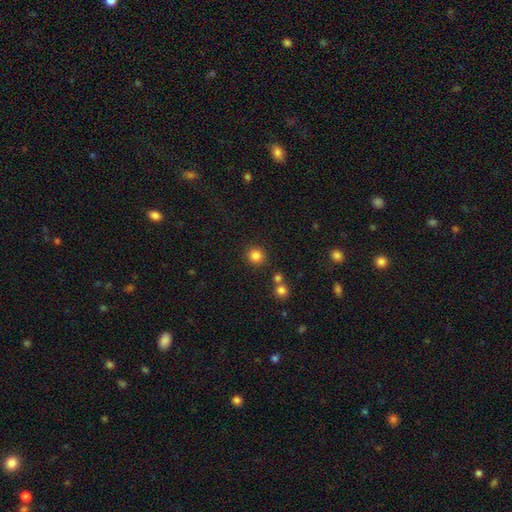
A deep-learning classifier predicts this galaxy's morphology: A smooth galaxy with no disk features (83%) that is round (92%).

Vote fractions:
- Smooth or featured? smooth: 83% / star or artifact: 12% / featured or disk: 4%
- How rounded? round: 92% / in between: 7% / cigar-shaped: 1%
- Merging? none: 87% / minor disturbance: 6% / merger: 5% / major disturbance: 2%